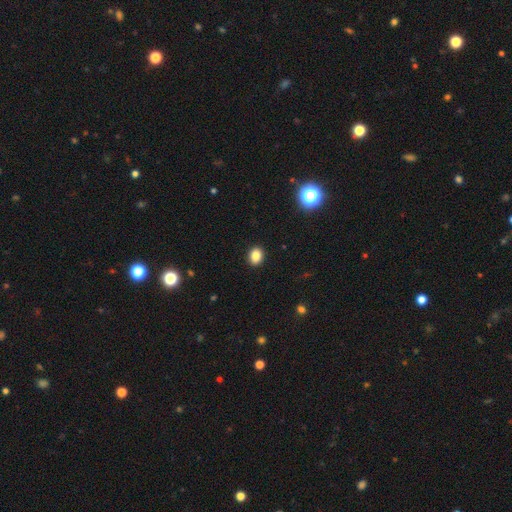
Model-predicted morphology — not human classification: Overall: smooth (85%). How rounded: in between (57%; round 42%). Merging: none (91%).